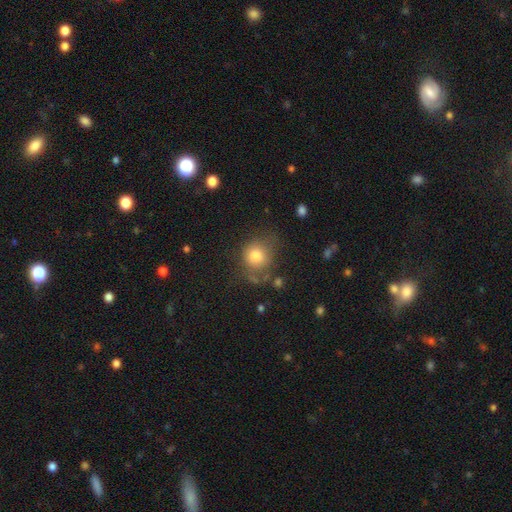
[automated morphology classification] This is likely a smooth galaxy (79%). How rounded: likely round (79%). Merging: possibly none (58%).